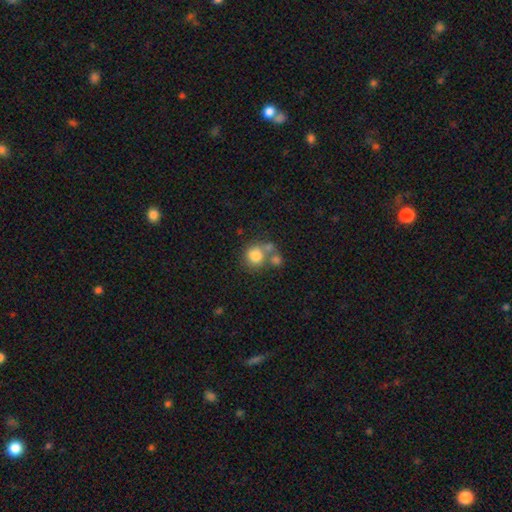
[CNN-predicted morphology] smooth-or-featured: smooth: 77% | featured or disk: 13% | star or artifact: 10%
  how-rounded: round: 79% | in between: 20% | cigar-shaped: 1%
  merging: none: 42% | merger: 38% | minor disturbance: 13% | major disturbance: 8%